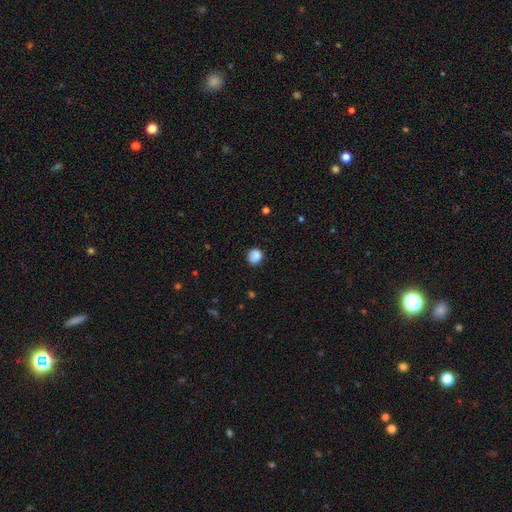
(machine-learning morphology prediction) type=smooth (85%); roundness=round (80%); merging=none (78%).